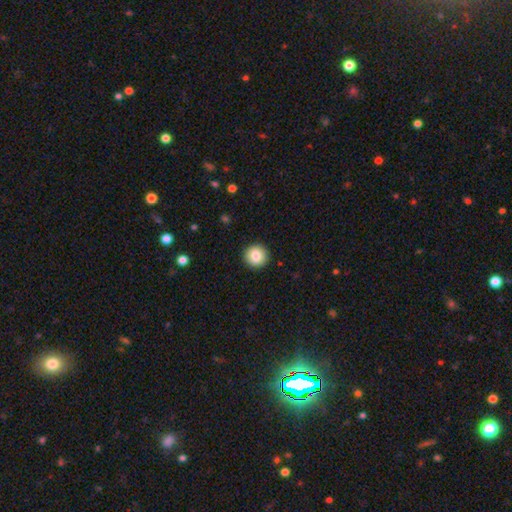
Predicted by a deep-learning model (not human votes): Smooth or featured?
  - smooth: 84% *
  - star or artifact: 8%
  - featured or disk: 7%
How rounded?
  - round: 95% *
  - in between: 4%
  - cigar-shaped: 1%
Merging?
  - none: 92% *
  - minor disturbance: 5%
  - major disturbance: 2%
  - merger: 1%